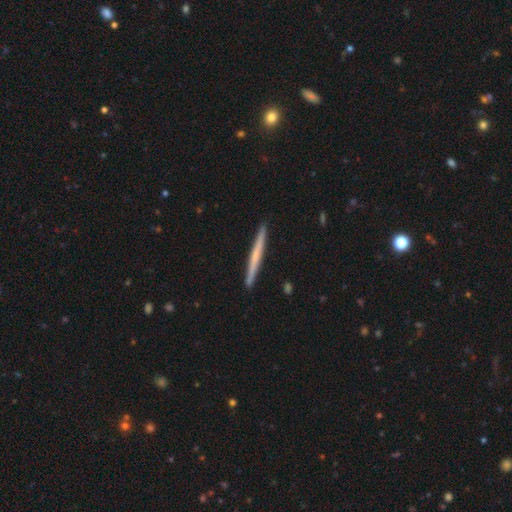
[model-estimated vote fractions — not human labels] Q: Smooth or featured?
A: smooth (49%); runner-up: featured or disk (46%)
Q: Merging?
A: none (93%); runner-up: minor disturbance (5%)